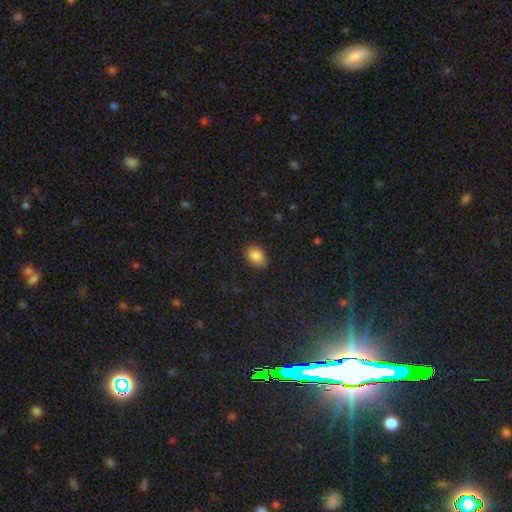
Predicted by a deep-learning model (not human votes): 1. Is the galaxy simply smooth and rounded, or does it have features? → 85% smooth, 9% star or artifact, 6% featured or disk.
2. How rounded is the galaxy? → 75% in between, 24% round, 1% cigar-shaped.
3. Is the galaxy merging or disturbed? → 84% none, 12% minor disturbance, 3% major disturbance, 1% merger.